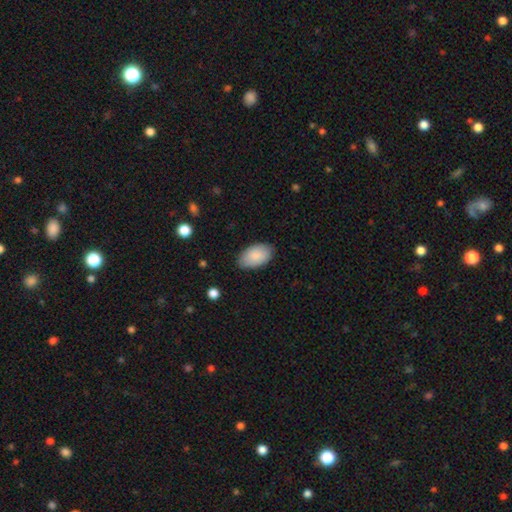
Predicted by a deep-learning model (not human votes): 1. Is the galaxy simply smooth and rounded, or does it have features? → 88% smooth, 6% featured or disk, 6% star or artifact.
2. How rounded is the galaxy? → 95% in between, 4% round, 1% cigar-shaped.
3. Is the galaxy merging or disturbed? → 83% none, 13% minor disturbance, 2% major disturbance, 1% merger.